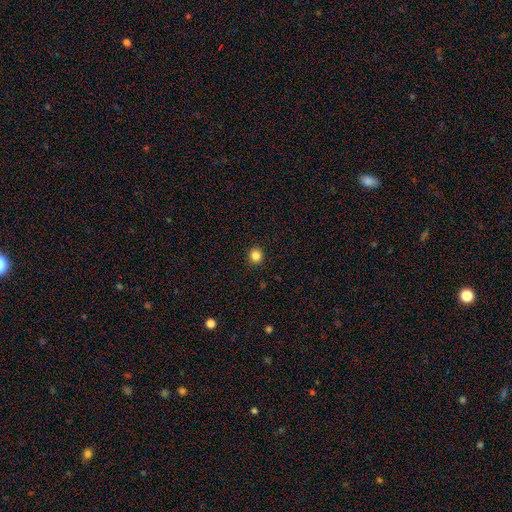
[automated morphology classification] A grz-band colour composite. It shows a smooth galaxy with no disk features (84%) that is round (92%). Merging: none (92%).